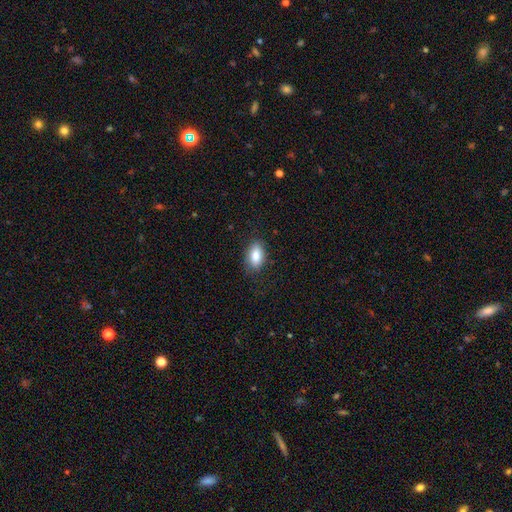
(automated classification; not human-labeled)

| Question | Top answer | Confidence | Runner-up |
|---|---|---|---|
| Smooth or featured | smooth | 85% | featured or disk (8%) |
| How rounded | in between | 89% | round (6%) |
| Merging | none | 82% | minor disturbance (14%) |